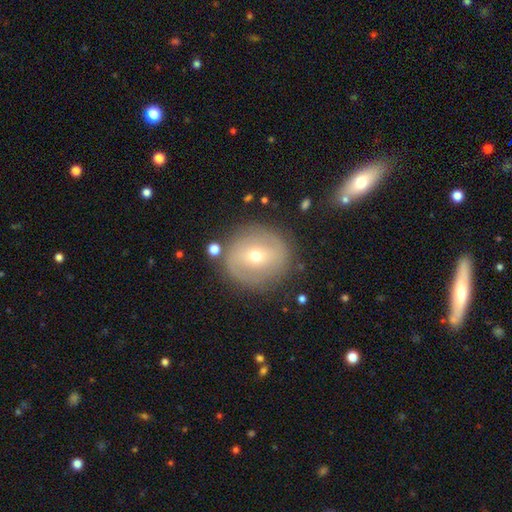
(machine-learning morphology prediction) featured or disk 57%, smooth 34%, star or artifact 9%. Down the decision tree: edge-on disk — no (95%); bar — no (41%); spiral arms — yes (54%); bulge size — small (52%); merging — none (82%).